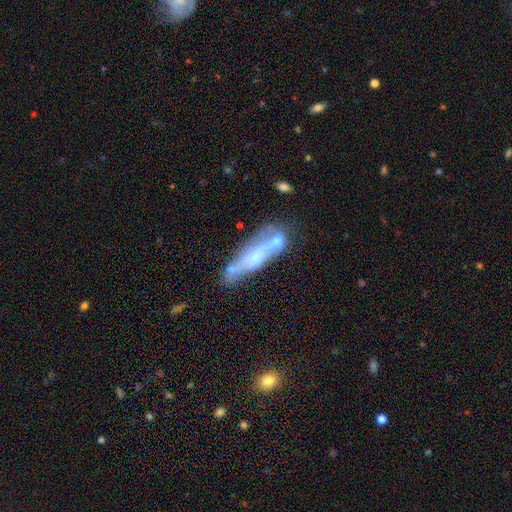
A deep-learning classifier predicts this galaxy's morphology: Smooth or featured: featured or disk — 56% (smooth — 35%)
Edge-on disk: no — 52% (yes — 48%)
Merging: none — 42% (merger — 23%)